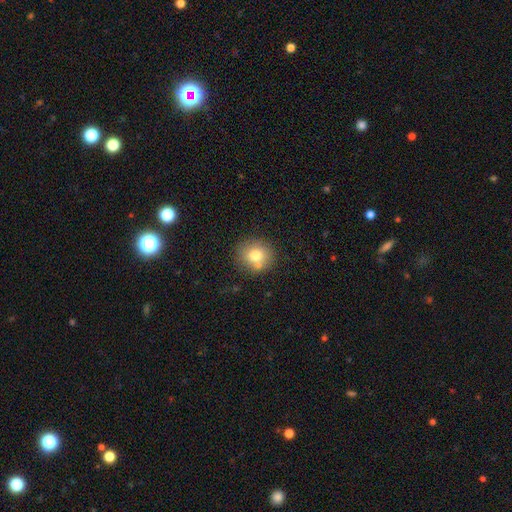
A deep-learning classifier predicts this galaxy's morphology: This appears to be a smooth galaxy with no disk features (75%) that is round (83%). Merging: none (73%).